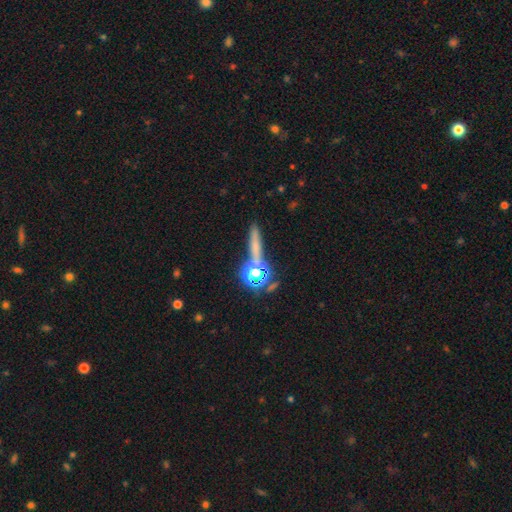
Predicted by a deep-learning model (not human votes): Smooth or featured?
  - star or artifact: 41% *
  - smooth: 36%
  - featured or disk: 23%